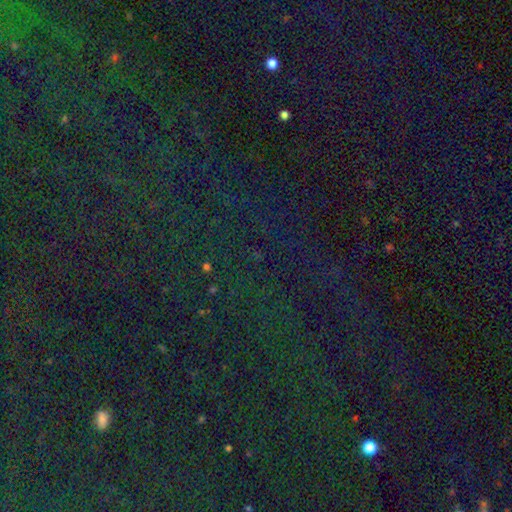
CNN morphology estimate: Q: Smooth or featured?
A: star or artifact (83%); runner-up: smooth (10%)